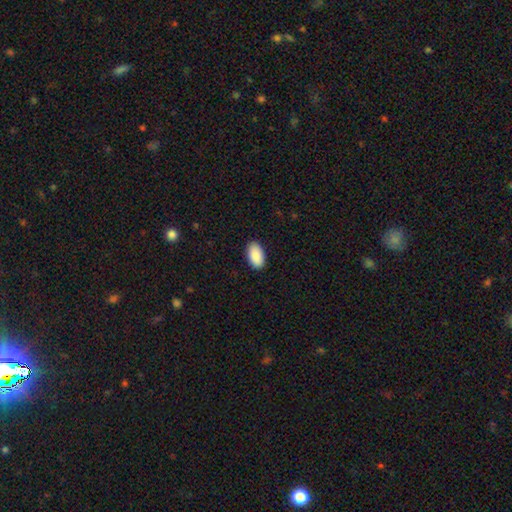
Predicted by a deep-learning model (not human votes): Smooth or featured? smooth (89%)
How rounded? in between (95%)
Merging? none (89%)